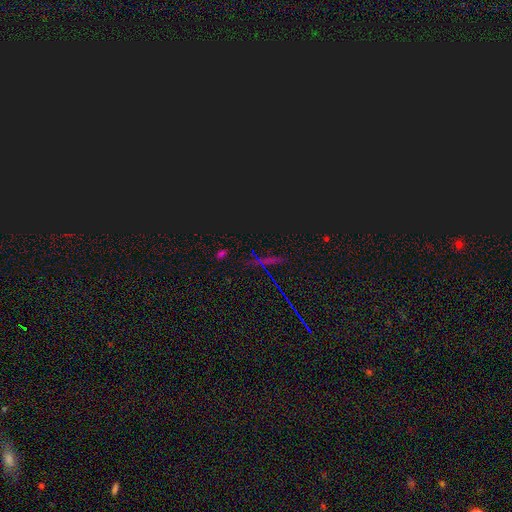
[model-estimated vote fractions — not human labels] Overall: star or artifact (77%).